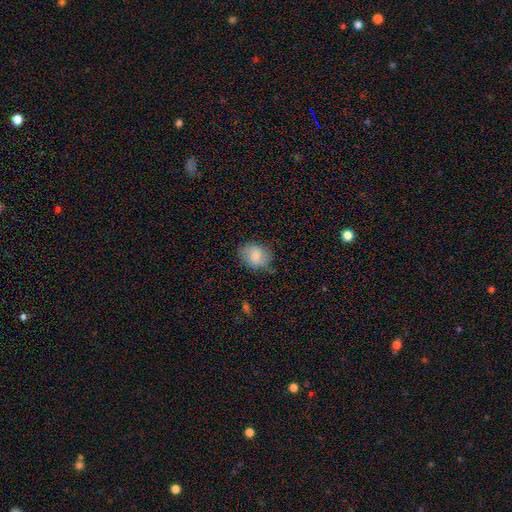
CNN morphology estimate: The model was most divided on "how rounded": round: 50%, in between: 49%, cigar-shaped: 1%. More confident: smooth or featured — smooth (77%); merging — none (74%).